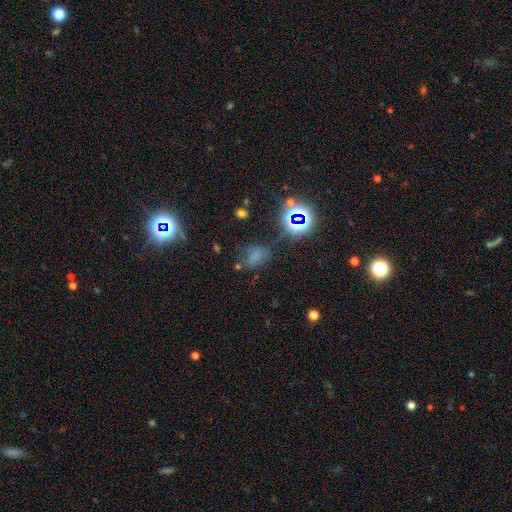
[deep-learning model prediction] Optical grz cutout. It shows a smooth galaxy with no disk features (56%) that is in between round and cigar-shaped (75%). Merging: none (55%).